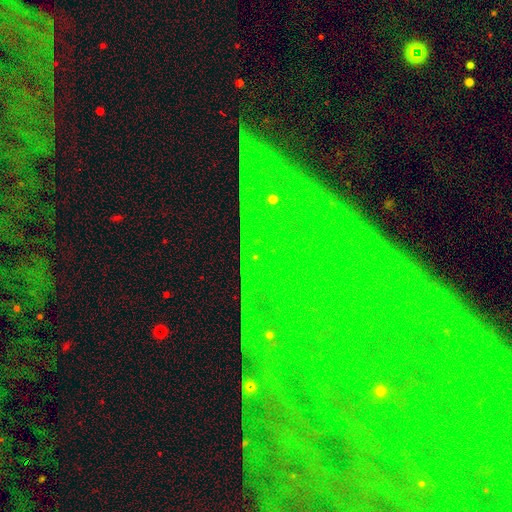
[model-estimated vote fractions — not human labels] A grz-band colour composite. It shows a star or artifact, not a galaxy (80%).